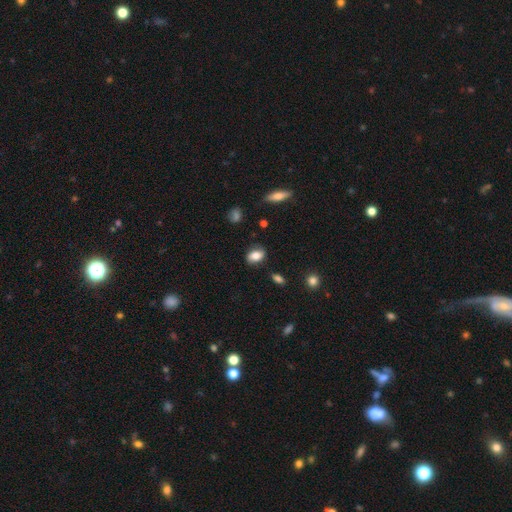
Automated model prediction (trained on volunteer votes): A smooth galaxy with no disk features (78%) that is in between round and cigar-shaped (79%). Merging: none (79%).